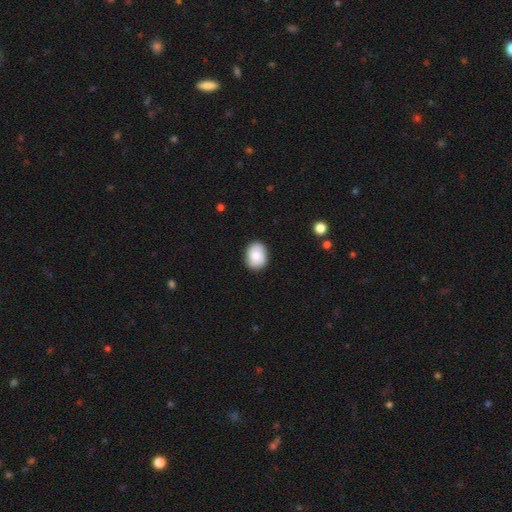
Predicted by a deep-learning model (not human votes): This is clearly a smooth galaxy (82%). How rounded: possibly in between (53%). Merging: clearly none (87%).